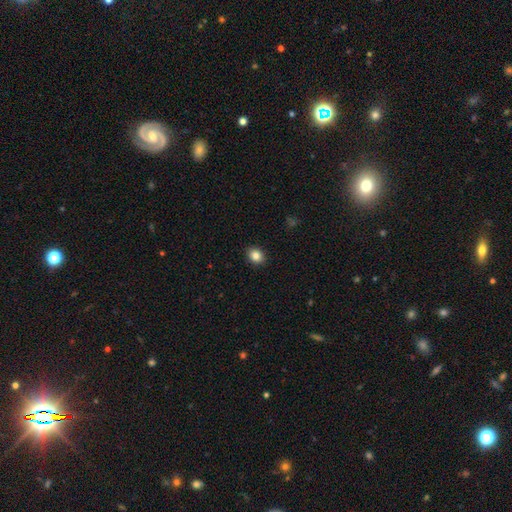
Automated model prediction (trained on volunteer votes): Morphology: type=smooth (84%); roundness=round (60%); merging=none (91%).